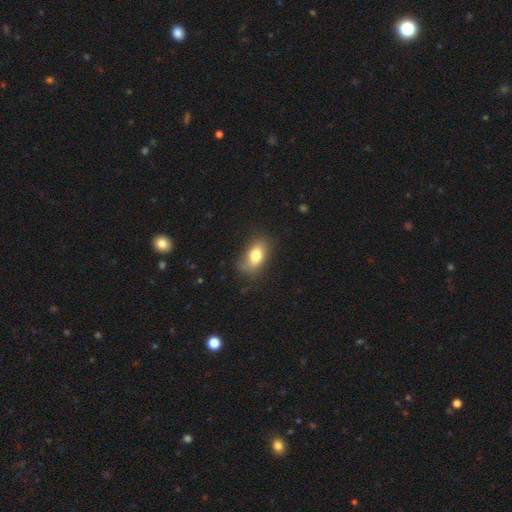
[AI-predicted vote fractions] A smooth galaxy with no disk features (76%) that is in between round and cigar-shaped (87%).

Vote fractions:
- Smooth or featured? smooth: 76% / featured or disk: 16% / star or artifact: 9%
- How rounded? in between: 87% / round: 10% / cigar-shaped: 3%
- Merging? none: 65% / minor disturbance: 25% / major disturbance: 8% / merger: 2%